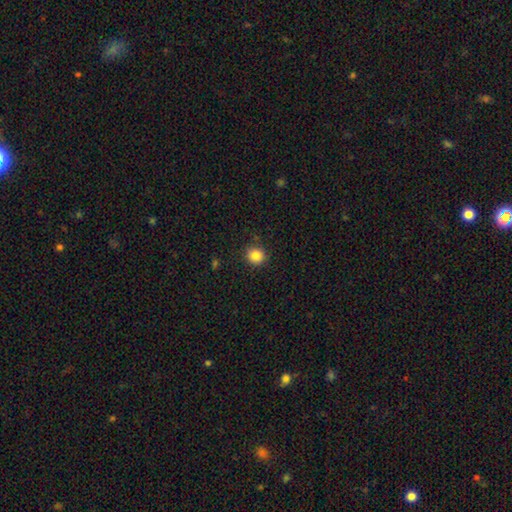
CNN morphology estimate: Overall: smooth (85%). How rounded: round (90%). Merging: none (90%).